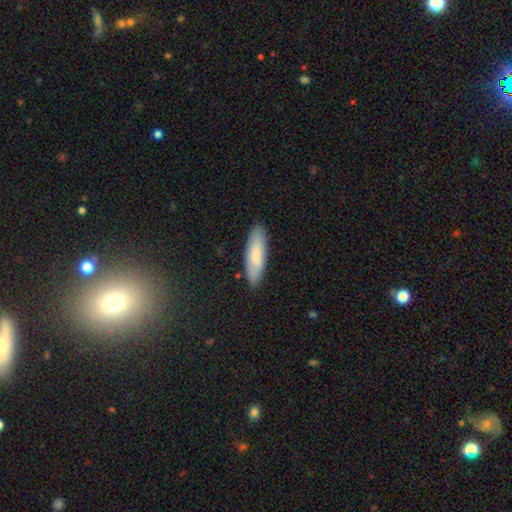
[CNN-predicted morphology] smooth 77%, featured or disk 18%, star or artifact 6%. Down the decision tree: how rounded — cigar-shaped (55%); merging — none (88%).